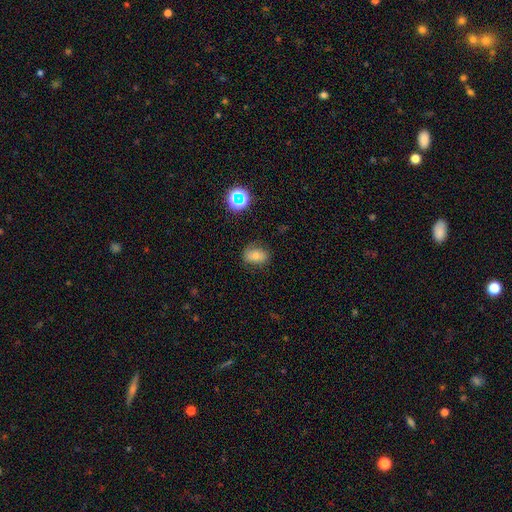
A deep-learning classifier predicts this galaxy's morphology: Smooth or featured: smooth — 72% (star or artifact — 15%)
How rounded: in between — 74% (round — 24%)
Merging: none — 77% (minor disturbance — 17%)